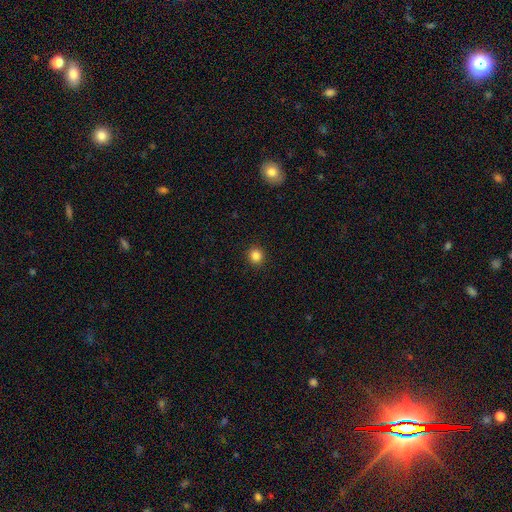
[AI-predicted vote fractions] The model was most divided on "smooth or featured": smooth: 85%, star or artifact: 12%, featured or disk: 4%. More confident: merging — none (93%); how rounded — round (92%).